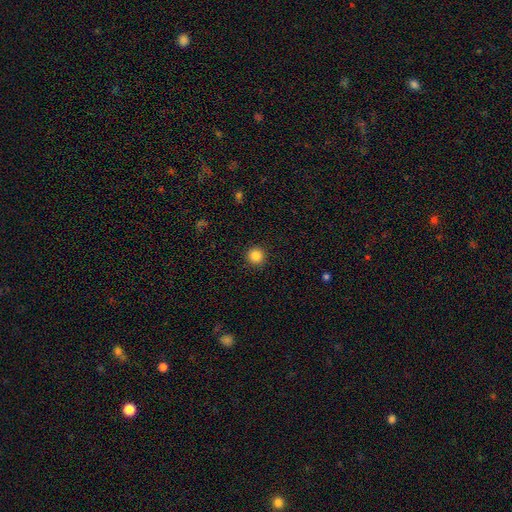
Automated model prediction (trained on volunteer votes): Smooth or featured?
  - smooth: 85% *
  - star or artifact: 11%
  - featured or disk: 4%
How rounded?
  - round: 95% *
  - in between: 4%
  - cigar-shaped: 1%
Merging?
  - none: 93% *
  - minor disturbance: 5%
  - major disturbance: 2%
  - merger: 1%